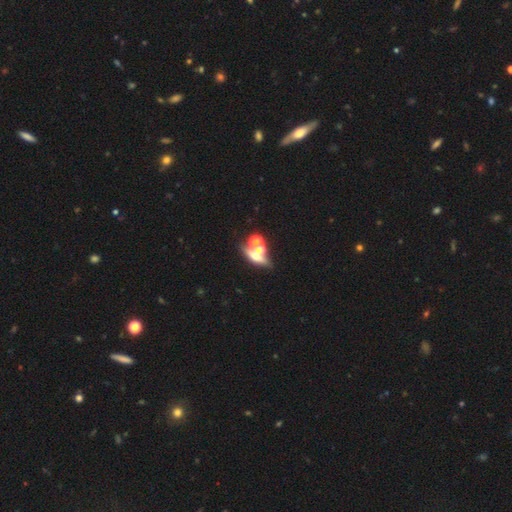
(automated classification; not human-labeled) Smooth or featured? smooth (37%)
Merging? merger (44%)